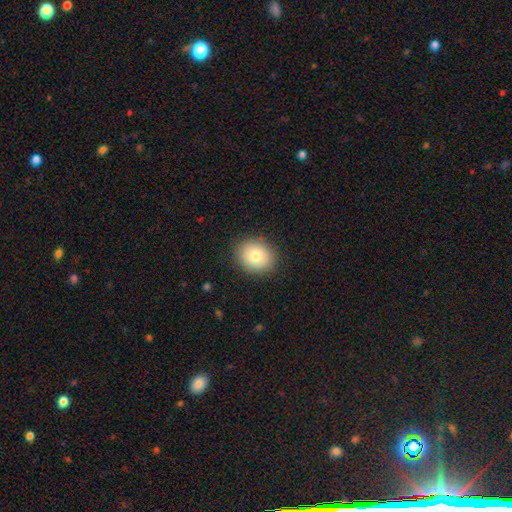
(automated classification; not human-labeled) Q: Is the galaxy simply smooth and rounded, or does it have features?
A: smooth — 79%.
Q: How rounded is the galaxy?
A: round — 62%.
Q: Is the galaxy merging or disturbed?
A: none — 88%.